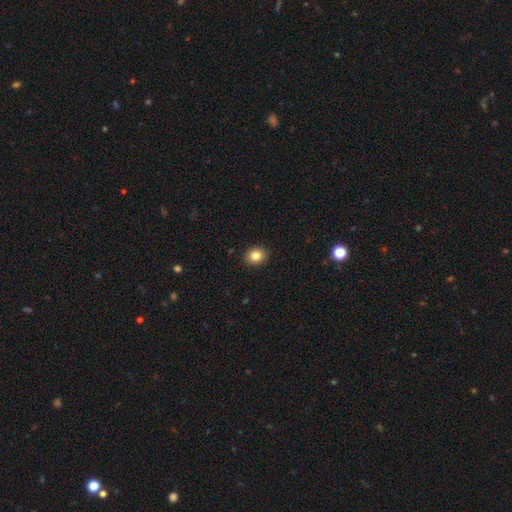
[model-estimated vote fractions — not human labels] This is clearly a smooth galaxy (83%). How rounded: possibly round (56%). Merging: clearly none (91%).